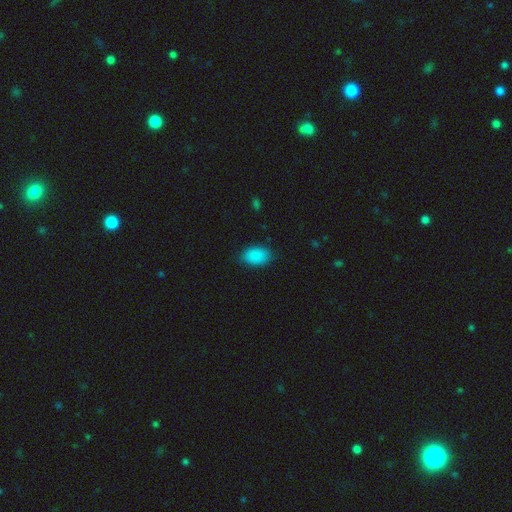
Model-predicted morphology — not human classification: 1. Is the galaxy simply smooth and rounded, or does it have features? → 88% smooth, 8% star or artifact, 4% featured or disk.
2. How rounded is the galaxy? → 89% in between, 10% round, 1% cigar-shaped.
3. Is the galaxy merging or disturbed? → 82% none, 14% minor disturbance, 3% major disturbance, 1% merger.